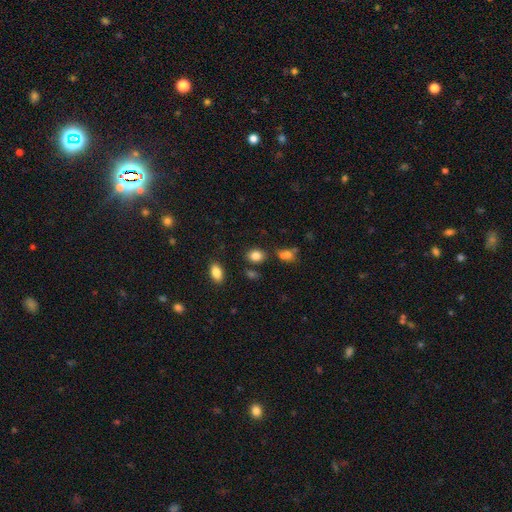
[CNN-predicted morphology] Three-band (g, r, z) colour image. It shows a smooth galaxy with no disk features (84%) that is in between round and cigar-shaped (58%). Merging: none (79%).